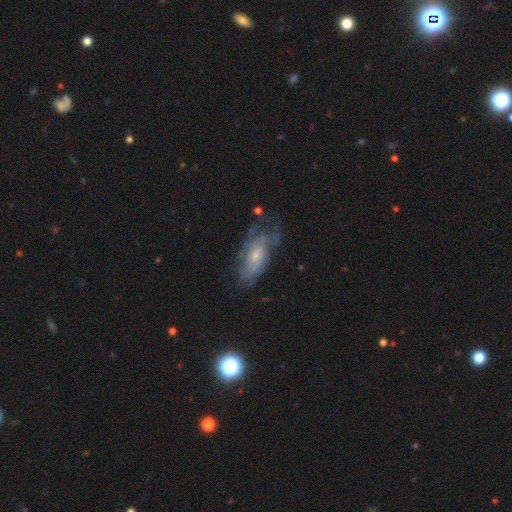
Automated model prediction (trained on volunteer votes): The model was most divided on "bulge size": small: 53%, moderate: 37%, none: 6%, large: 3%, dominant: 1%. More confident: edge-on disk — no (91%); bar — no (72%); spiral arms — yes (71%); smooth or featured — featured or disk (63%); merging — none (52%).